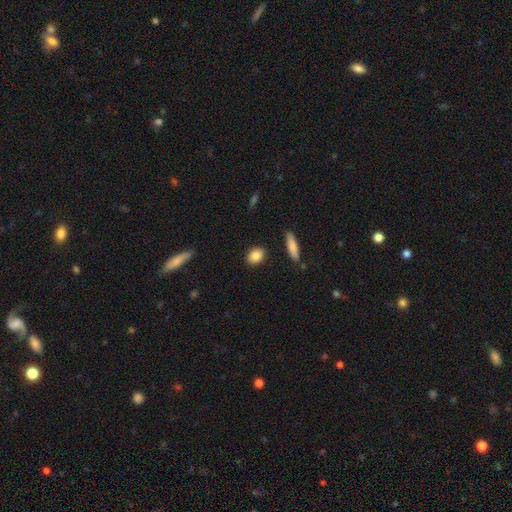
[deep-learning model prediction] This is clearly a smooth galaxy (87%). How rounded: likely in between (61%). Merging: clearly none (89%).